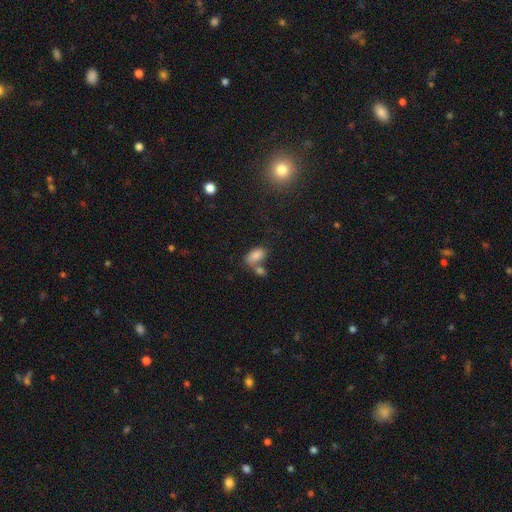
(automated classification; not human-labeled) A smooth galaxy with no disk features (83%) that is in between round and cigar-shaped (93%). Merging: none (44%).